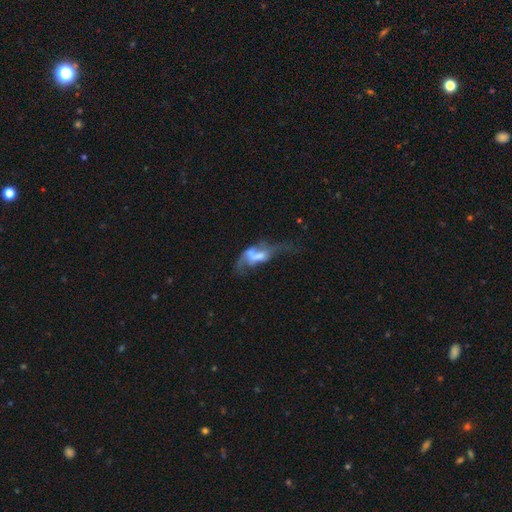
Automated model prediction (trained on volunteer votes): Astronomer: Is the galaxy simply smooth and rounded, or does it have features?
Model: featured or disk — 52% (runner-up: smooth, 37%).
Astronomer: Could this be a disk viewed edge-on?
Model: no — 91%.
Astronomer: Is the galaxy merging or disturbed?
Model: merger — 46% (runner-up: major disturbance, 33%).